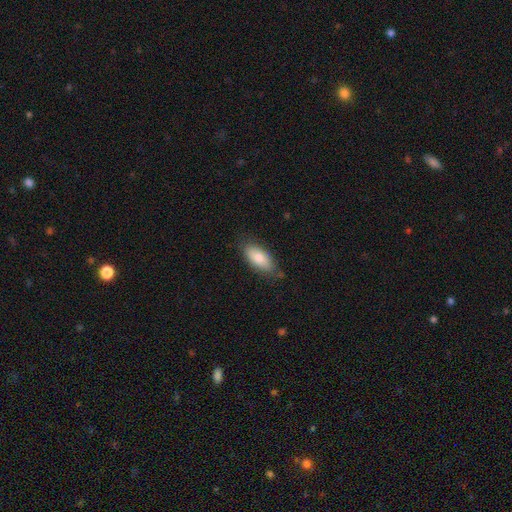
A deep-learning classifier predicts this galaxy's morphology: Smooth or featured?
  - smooth: 79% *
  - featured or disk: 14%
  - star or artifact: 7%
How rounded?
  - in between: 87% *
  - cigar-shaped: 11%
  - round: 3%
Merging?
  - none: 77% *
  - minor disturbance: 18%
  - major disturbance: 3%
  - merger: 1%